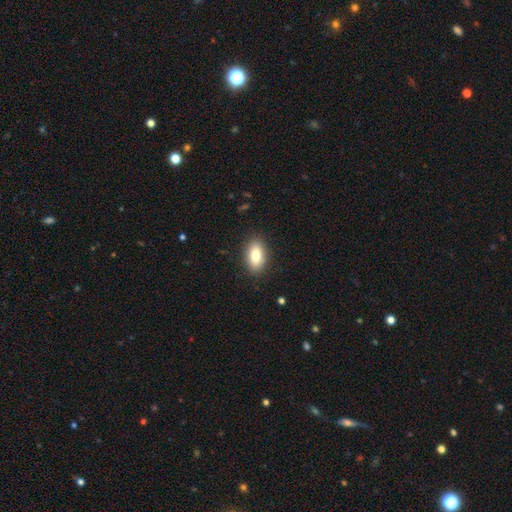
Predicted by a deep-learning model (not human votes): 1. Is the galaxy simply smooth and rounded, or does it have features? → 80% smooth, 12% featured or disk, 7% star or artifact.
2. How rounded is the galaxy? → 89% in between, 6% cigar-shaped, 5% round.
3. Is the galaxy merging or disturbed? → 88% none, 9% minor disturbance, 2% major disturbance, 1% merger.